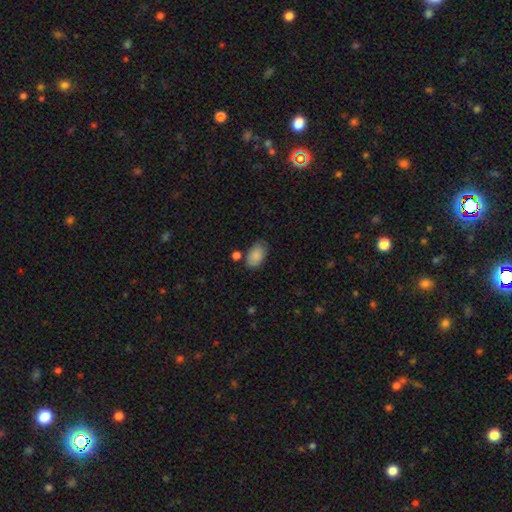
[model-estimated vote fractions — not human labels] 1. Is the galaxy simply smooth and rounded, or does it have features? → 87% smooth, 7% star or artifact, 6% featured or disk.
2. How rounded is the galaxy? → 93% in between, 6% round, 1% cigar-shaped.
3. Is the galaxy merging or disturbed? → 70% none, 18% minor disturbance, 7% merger, 5% major disturbance.